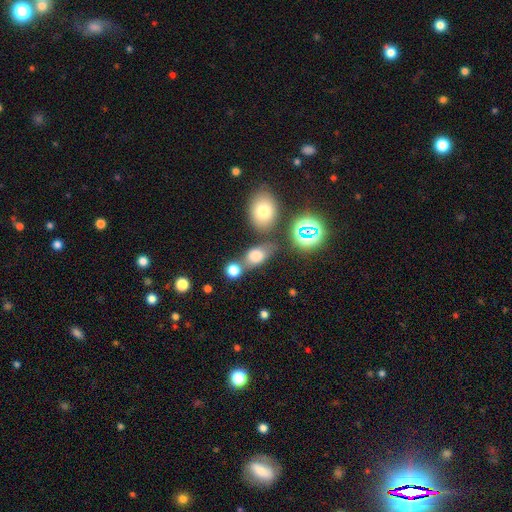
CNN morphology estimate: Smooth or featured? Predicted: smooth (p=0.67). How rounded? Predicted: in between (p=0.71). Merging? Predicted: none (p=0.56).